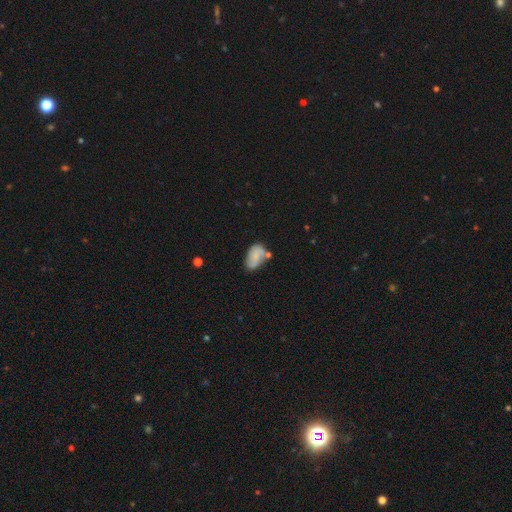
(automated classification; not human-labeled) Morphology: type=smooth (62%); roundness=in between (90%); merging=none (44%).